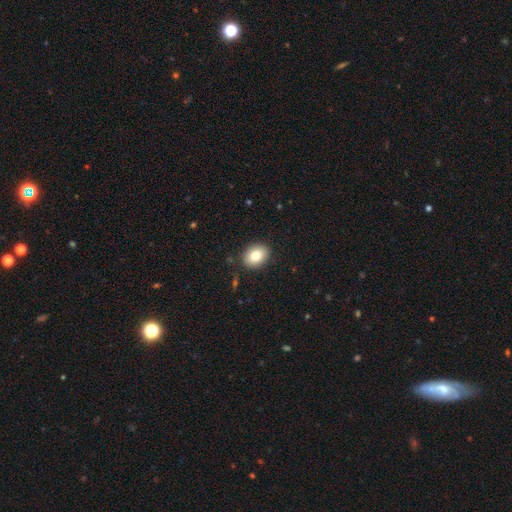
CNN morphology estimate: This is clearly a smooth galaxy (82%). How rounded: likely in between (61%). Merging: clearly none (88%).